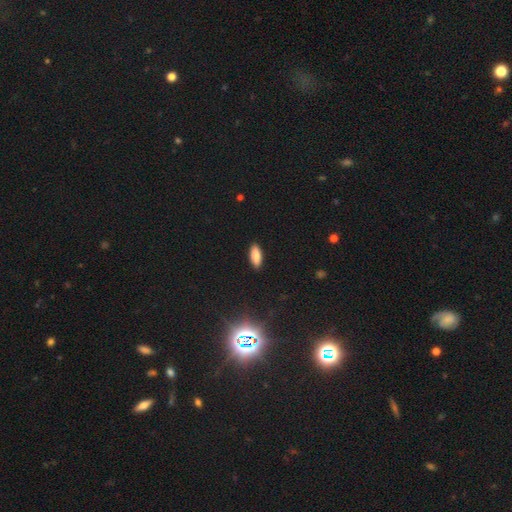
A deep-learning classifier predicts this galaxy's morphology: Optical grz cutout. It shows a smooth galaxy with no disk features (83%) that is in between round and cigar-shaped (77%). Merging: none (90%).